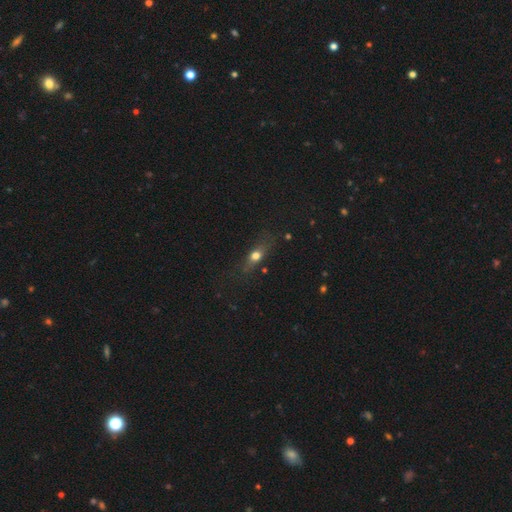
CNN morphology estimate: Q: Smooth or featured?
A: smooth (62%); runner-up: featured or disk (25%)
Q: How rounded?
A: in between (49%); runner-up: cigar-shaped (32%)
Q: Merging?
A: none (67%); runner-up: minor disturbance (20%)